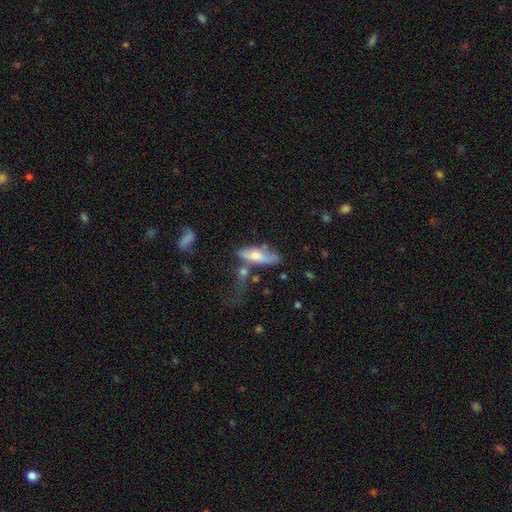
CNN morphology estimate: This is likely a smooth galaxy (60%). How rounded: possibly in between (56%). Merging: possibly none (47%).